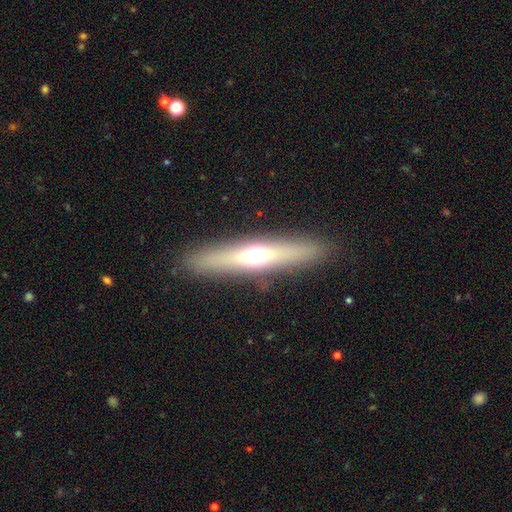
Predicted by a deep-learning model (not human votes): This appears to be a featured or disk galaxy (50%) viewed edge-on (86%). Merging: none (88%).